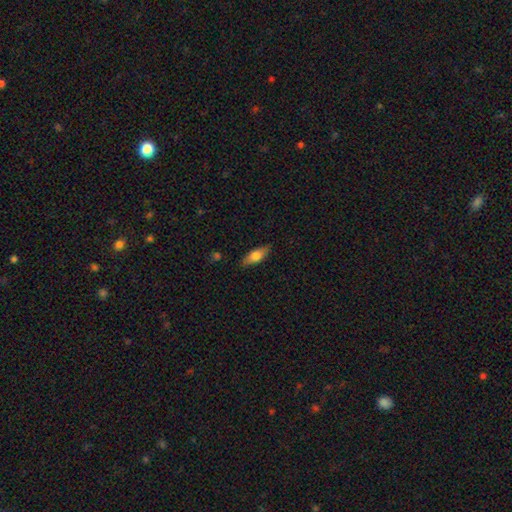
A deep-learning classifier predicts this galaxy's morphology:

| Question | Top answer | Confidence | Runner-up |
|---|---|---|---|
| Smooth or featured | smooth | 68% | featured or disk (26%) |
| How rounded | in between | 67% | cigar-shaped (30%) |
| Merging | none | 85% | minor disturbance (12%) |